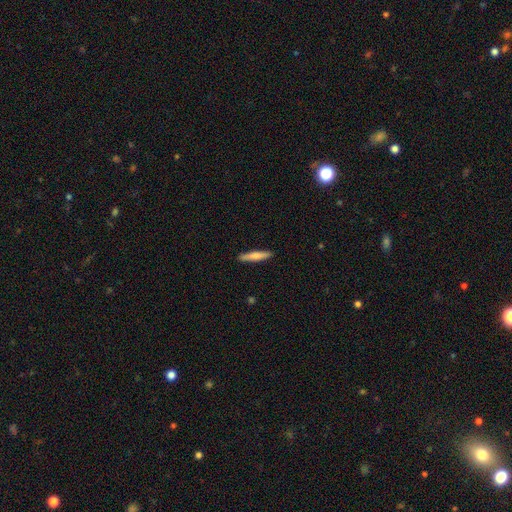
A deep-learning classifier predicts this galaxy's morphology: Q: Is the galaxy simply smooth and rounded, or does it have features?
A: smooth — 68%.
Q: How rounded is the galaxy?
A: cigar-shaped — 90%.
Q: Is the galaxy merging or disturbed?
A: none — 90%.